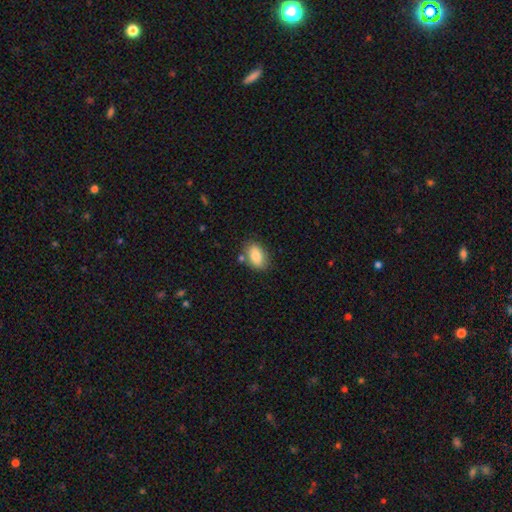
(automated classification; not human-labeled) A smooth galaxy with no disk features (83%) that is in between round and cigar-shaped (89%).

Vote fractions:
- Smooth or featured? smooth: 83% / featured or disk: 9% / star or artifact: 7%
- How rounded? in between: 89% / round: 10% / cigar-shaped: 2%
- Merging? none: 77% / minor disturbance: 14% / merger: 7% / major disturbance: 3%